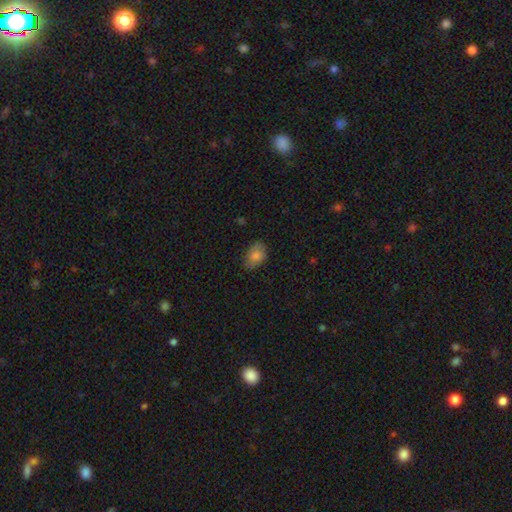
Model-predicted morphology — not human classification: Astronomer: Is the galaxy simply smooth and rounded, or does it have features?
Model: smooth — 79%.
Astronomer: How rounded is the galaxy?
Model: in between — 86%.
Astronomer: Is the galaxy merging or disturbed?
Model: none — 75%.